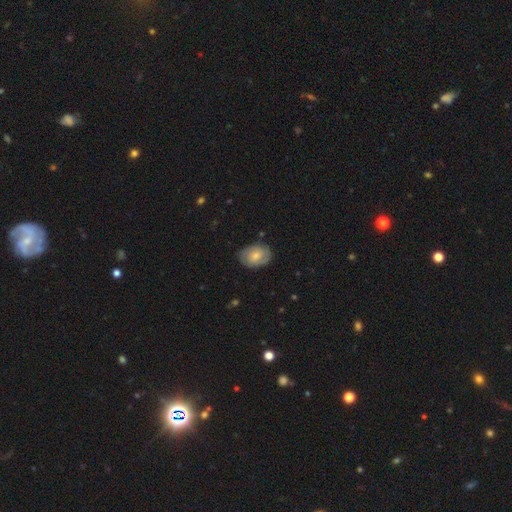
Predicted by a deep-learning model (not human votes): A smooth galaxy with no disk features (53%) that is in between round and cigar-shaped (76%). Merging: none (78%).